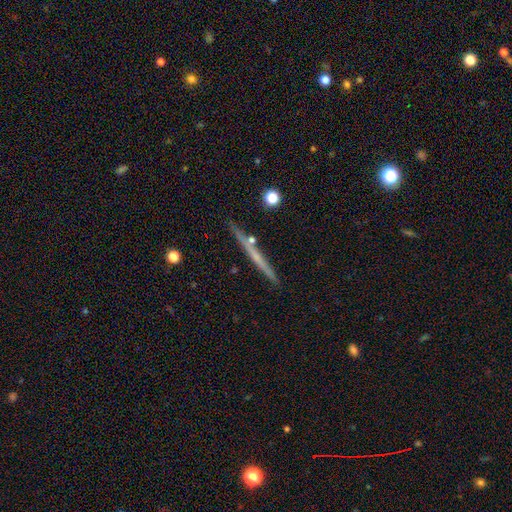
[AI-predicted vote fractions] Morphology: type=featured or disk (58%); edge-on=yes (97%); edge-on bulge=none (79%); merging=none (87%).